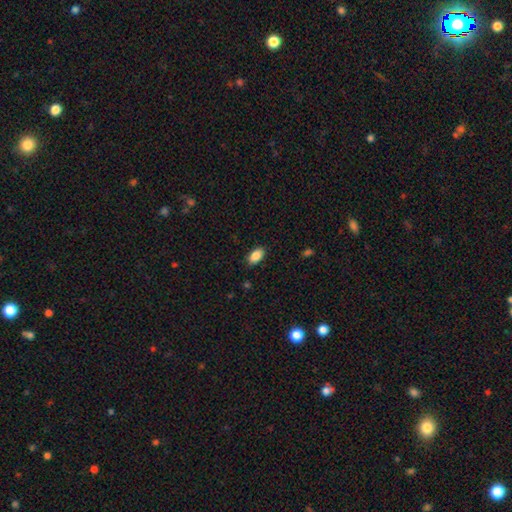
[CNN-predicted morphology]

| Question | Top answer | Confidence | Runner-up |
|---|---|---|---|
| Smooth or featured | smooth | 88% | star or artifact (8%) |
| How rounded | in between | 93% | round (5%) |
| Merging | none | 87% | minor disturbance (10%) |